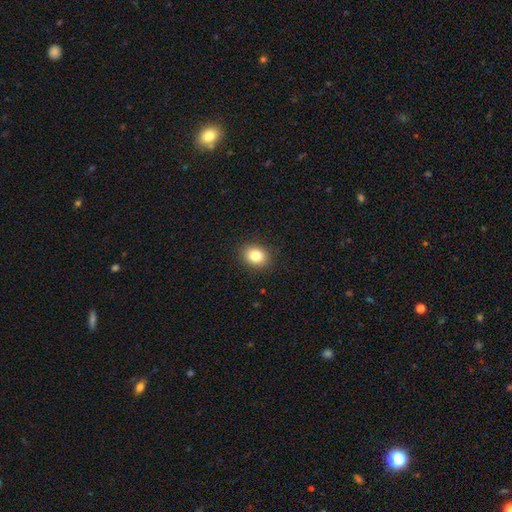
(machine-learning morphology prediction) smooth-or-featured: smooth: 83% | star or artifact: 10% | featured or disk: 7%
  how-rounded: round: 52% | in between: 48% | cigar-shaped: 1%
  merging: none: 90% | minor disturbance: 7% | major disturbance: 2% | merger: 1%